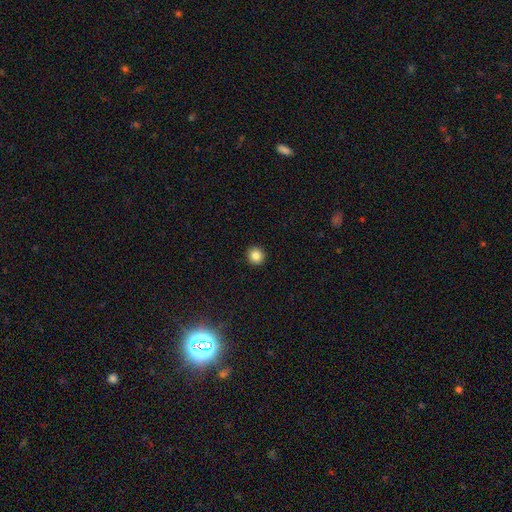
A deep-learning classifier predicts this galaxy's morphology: Overall: smooth (85%). How rounded: round (92%). Merging: none (93%).